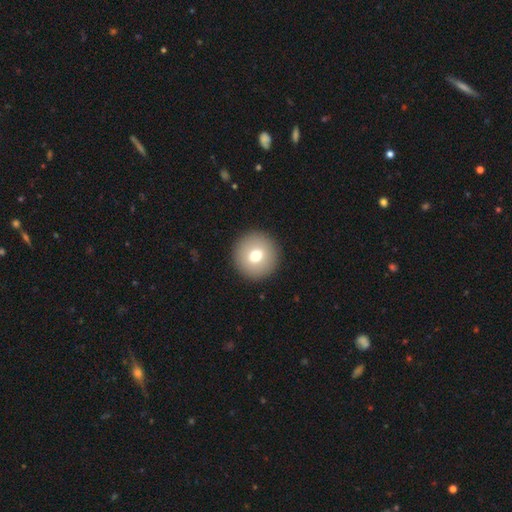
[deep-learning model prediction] Smooth or featured? Predicted: smooth (p=0.72). How rounded? Predicted: round (p=0.96). Merging? Predicted: none (p=0.93).